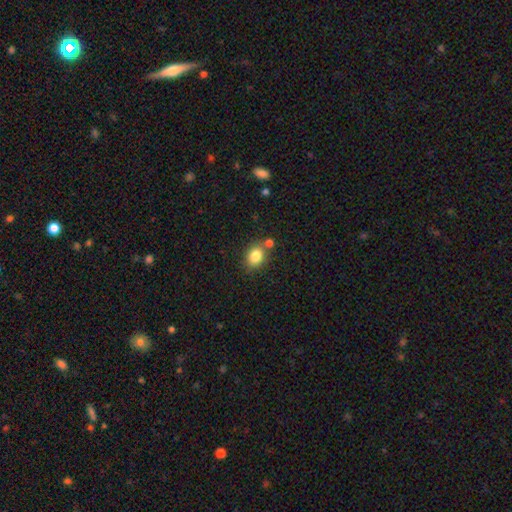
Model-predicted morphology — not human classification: smooth 84%, star or artifact 10%, featured or disk 7%. Down the decision tree: how rounded — in between (55%); merging — none (68%).